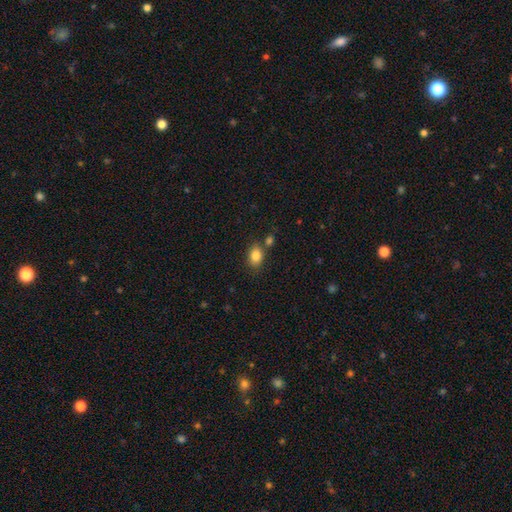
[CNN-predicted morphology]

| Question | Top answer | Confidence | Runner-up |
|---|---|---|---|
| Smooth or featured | smooth | 83% | star or artifact (10%) |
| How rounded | in between | 73% | round (25%) |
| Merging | none | 71% | merger (14%) |